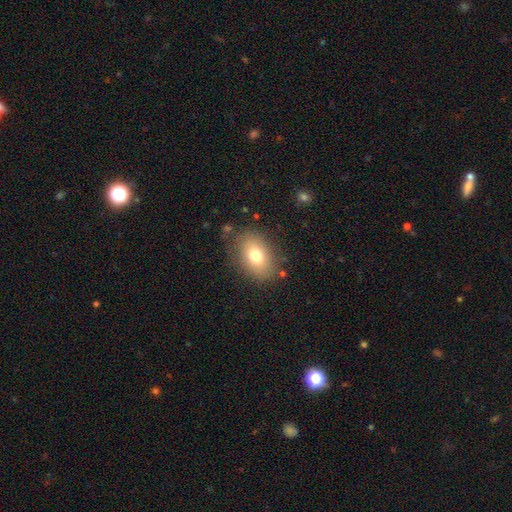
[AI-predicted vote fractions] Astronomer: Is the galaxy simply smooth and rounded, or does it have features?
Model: smooth — 74%.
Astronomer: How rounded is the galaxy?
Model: in between — 77%.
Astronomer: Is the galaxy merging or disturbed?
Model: none — 81%.